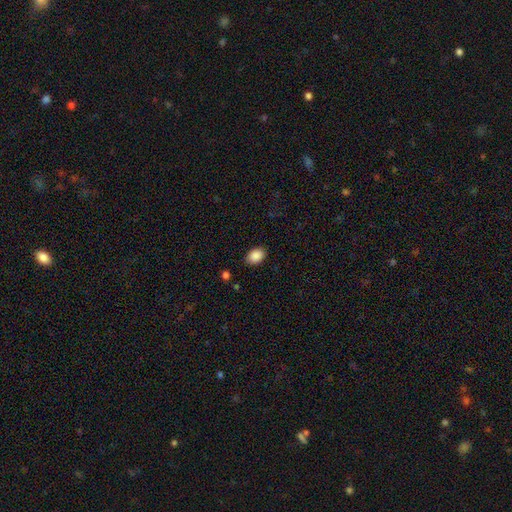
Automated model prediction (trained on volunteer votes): smooth 89%, star or artifact 8%, featured or disk 3%. Down the decision tree: how rounded — in between (81%); merging — none (84%).